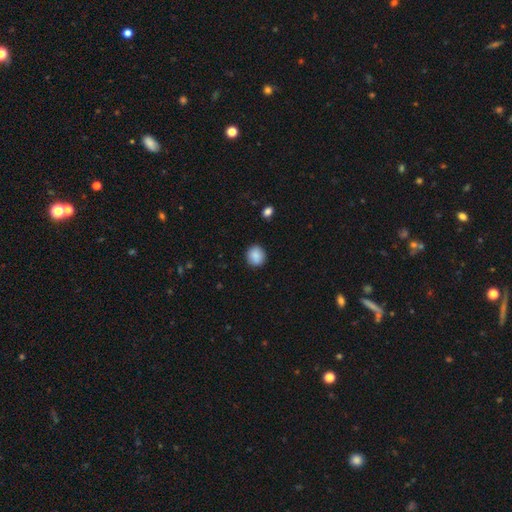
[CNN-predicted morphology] smooth 89%, star or artifact 8%, featured or disk 4%. Down the decision tree: how rounded — round (86%); merging — none (90%).